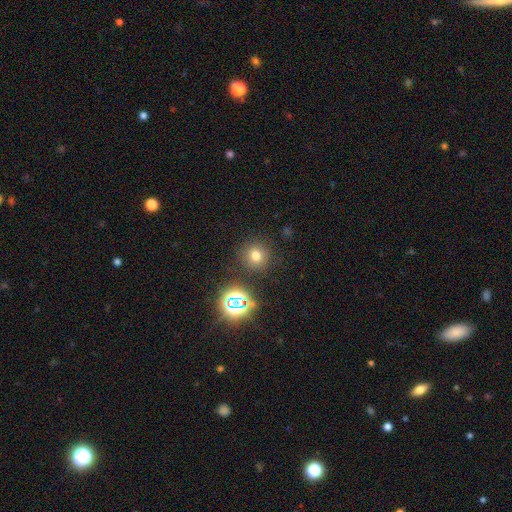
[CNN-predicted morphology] A smooth galaxy with no disk features (68%) that is round (92%).

Vote fractions:
- Smooth or featured? smooth: 68% / star or artifact: 23% / featured or disk: 9%
- How rounded? round: 92% / in between: 7% / cigar-shaped: 1%
- Merging? none: 86% / minor disturbance: 7% / major disturbance: 3% / merger: 3%